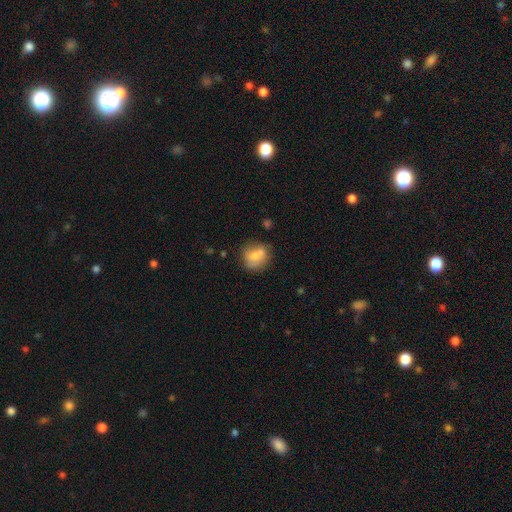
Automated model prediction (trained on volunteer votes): Smooth or featured? Predicted: smooth (p=0.70). How rounded? Predicted: round (p=0.70). Merging? Predicted: none (p=0.53).